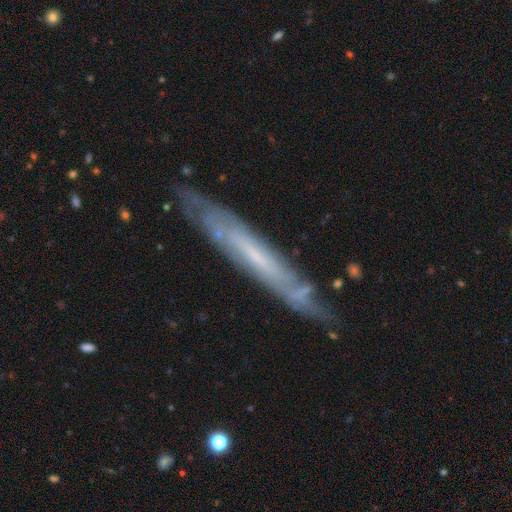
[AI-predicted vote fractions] This appears to be a featured or disk galaxy (71%) viewed edge-on (64%). Merging: none (78%).